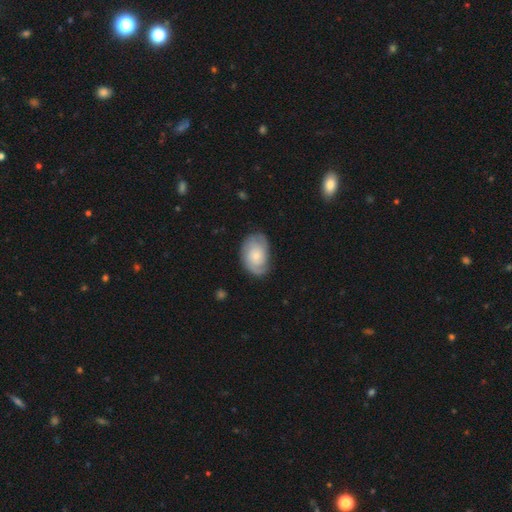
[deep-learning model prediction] smooth_or_featured: featured or disk (p=0.56) [alt: smooth p=0.38]
disk_edge_on: no (p=0.96) [alt: yes p=0.04]
bar: no (p=0.80) [alt: weak p=0.18]
has_spiral_arms: yes (p=0.86) [alt: no p=0.14]
bulge_size: small (p=0.62) [alt: moderate p=0.31]
merging: none (p=0.71) [alt: minor disturbance p=0.21]